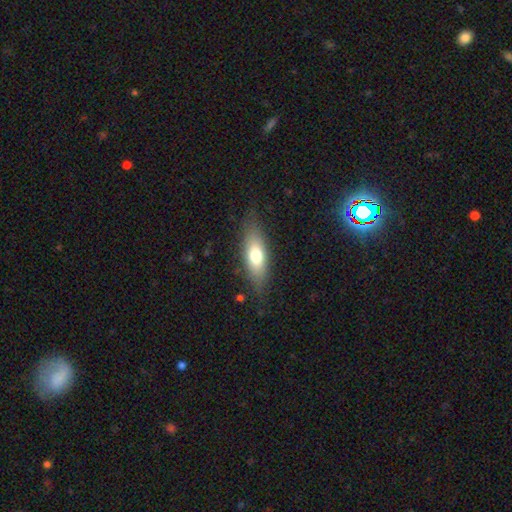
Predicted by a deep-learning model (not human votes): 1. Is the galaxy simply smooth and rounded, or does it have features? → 67% smooth, 25% featured or disk, 7% star or artifact.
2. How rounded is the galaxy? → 67% in between, 30% cigar-shaped, 3% round.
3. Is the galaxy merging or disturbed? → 77% none, 16% minor disturbance, 5% major disturbance, 1% merger.